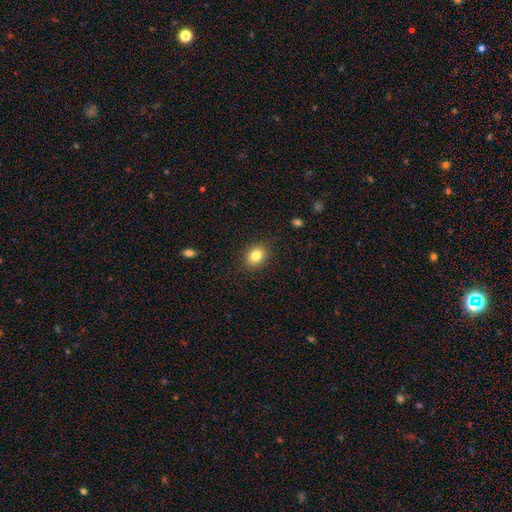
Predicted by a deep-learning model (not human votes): Smooth or featured: smooth — 82% (star or artifact — 10%)
How rounded: in between — 52% (round — 47%)
Merging: none — 88% (minor disturbance — 9%)